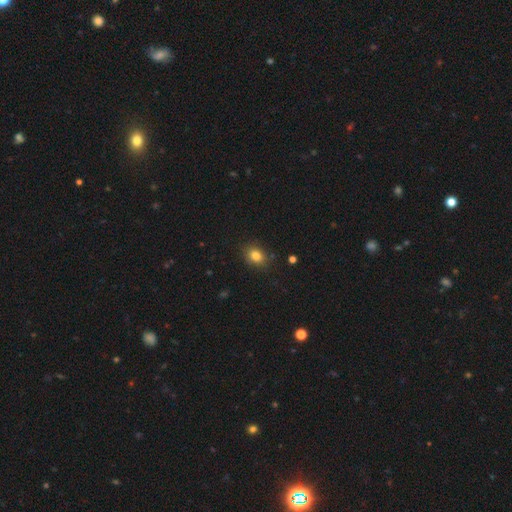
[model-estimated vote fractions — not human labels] This appears to be a smooth galaxy with no disk features (83%) that is in between round and cigar-shaped (55%). Merging: none (86%).